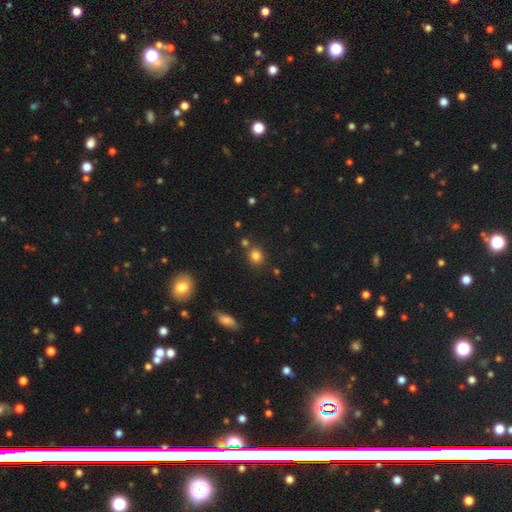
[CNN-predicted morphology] smooth_or_featured: smooth (p=0.80) [alt: star or artifact p=0.14]
how_rounded: round (p=0.76) [alt: in between p=0.23]
merging: none (p=0.76) [alt: merger p=0.11]